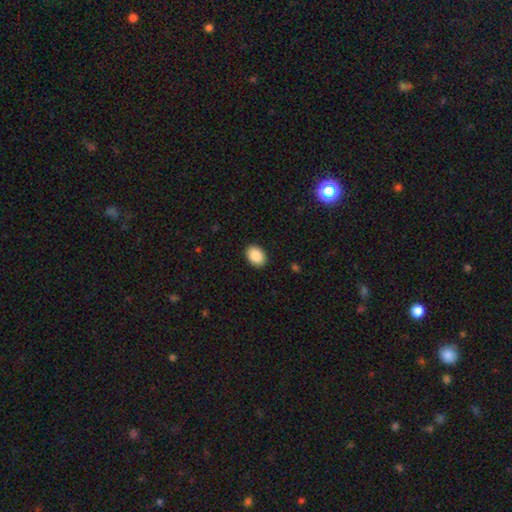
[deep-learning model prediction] A smooth galaxy with no disk features (88%) that is in between round and cigar-shaped (76%).

Vote fractions:
- Smooth or featured? smooth: 88% / star or artifact: 7% / featured or disk: 4%
- How rounded? in between: 76% / round: 23% / cigar-shaped: 1%
- Merging? none: 91% / minor disturbance: 7% / major disturbance: 2% / merger: 1%